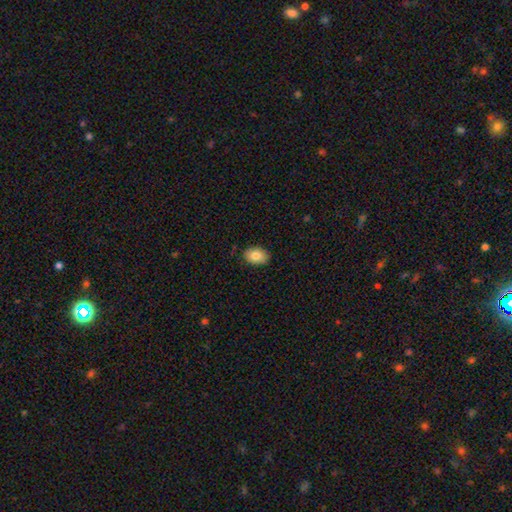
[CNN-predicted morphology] smooth_or_featured: smooth (p=0.83) [alt: featured or disk p=0.10]
how_rounded: in between (p=0.83) [alt: round p=0.16]
merging: none (p=0.87) [alt: minor disturbance p=0.10]